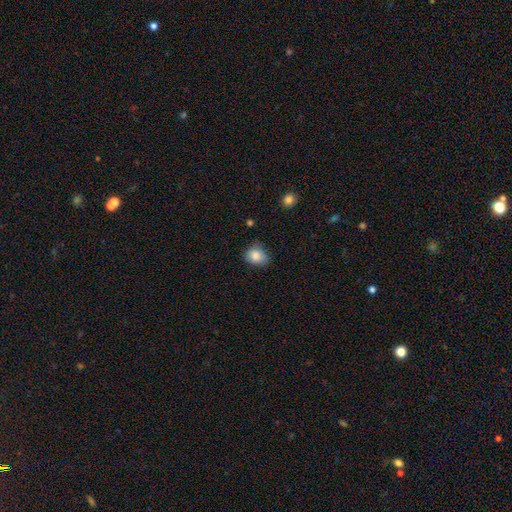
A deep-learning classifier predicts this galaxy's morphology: smooth_or_featured: smooth (p=0.84) [alt: star or artifact p=0.09]
how_rounded: round (p=0.53) [alt: in between p=0.46]
merging: none (p=0.62) [alt: minor disturbance p=0.30]